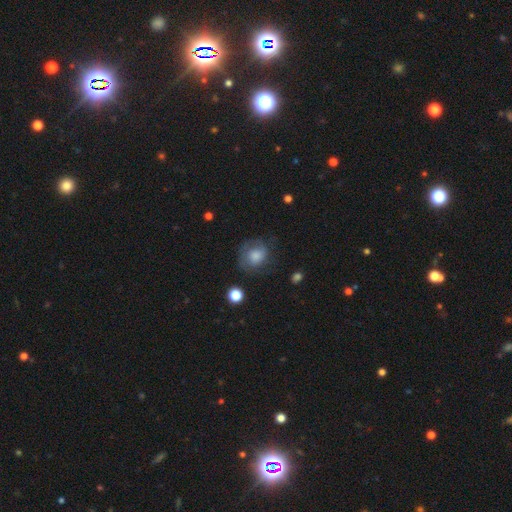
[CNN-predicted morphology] A smooth galaxy with no disk features (53%) that is round (69%).

Vote fractions:
- Smooth or featured? smooth: 53% / featured or disk: 35% / star or artifact: 11%
- How rounded? round: 69% / in between: 30% / cigar-shaped: 1%
- Merging? none: 65% / minor disturbance: 21% / major disturbance: 12% / merger: 2%